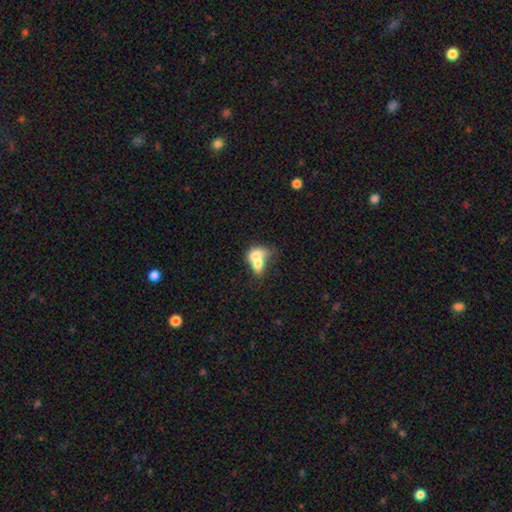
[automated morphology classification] The model was most divided on "smooth or featured": smooth: 67%, featured or disk: 25%, star or artifact: 8%. More confident: how rounded — in between (75%); merging — merger (73%).